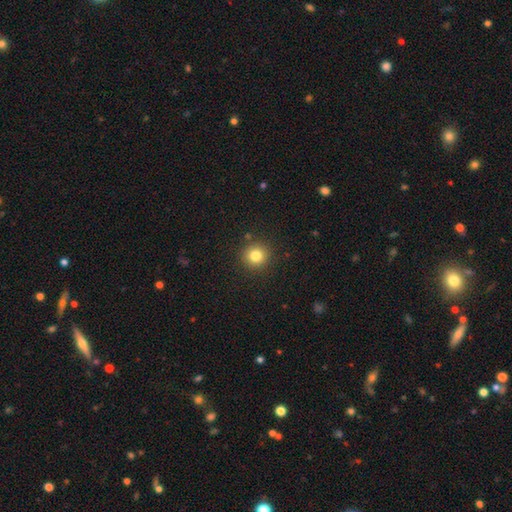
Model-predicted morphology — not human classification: smooth_or_featured: smooth (p=0.81) [alt: star or artifact p=0.12]
how_rounded: round (p=0.93) [alt: in between p=0.06]
merging: none (p=0.90) [alt: minor disturbance p=0.06]